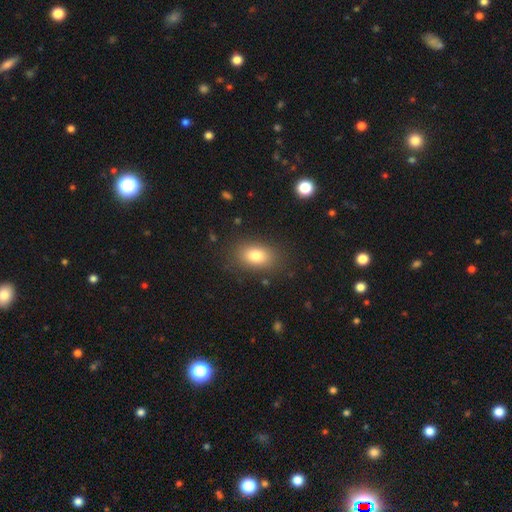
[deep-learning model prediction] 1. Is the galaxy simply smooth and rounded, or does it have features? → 80% smooth, 10% featured or disk, 10% star or artifact.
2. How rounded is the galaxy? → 84% in between, 14% round, 2% cigar-shaped.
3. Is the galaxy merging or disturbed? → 83% none, 11% minor disturbance, 4% major disturbance, 2% merger.